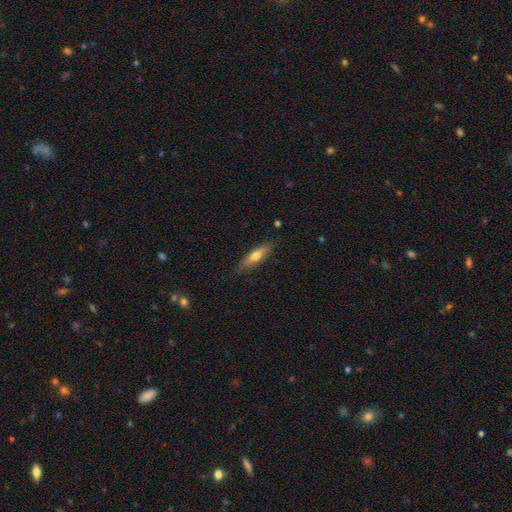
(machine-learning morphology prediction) A smooth galaxy with no disk features (58%) that is cigar-shaped (70%). Merging: none (81%).